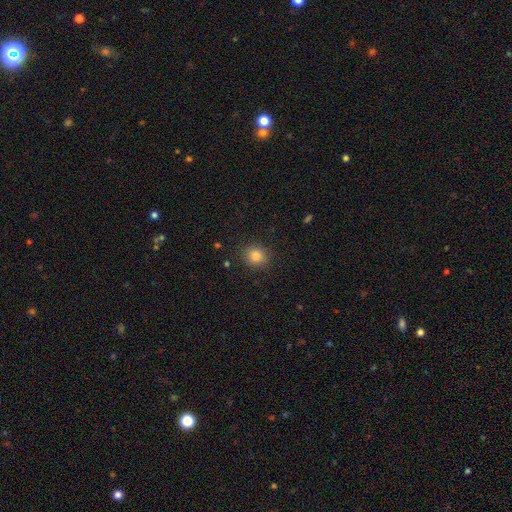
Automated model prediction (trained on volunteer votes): smooth 84%, star or artifact 11%, featured or disk 5%. Down the decision tree: how rounded — round (79%); merging — none (88%).